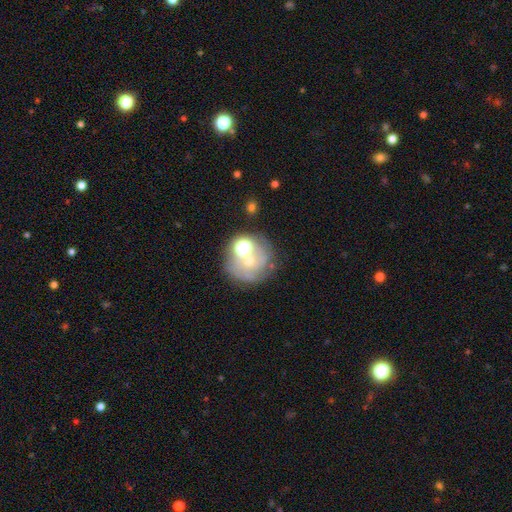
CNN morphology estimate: smooth_or_featured: smooth (p=0.35) [alt: featured or disk p=0.34]
merging: none (p=0.62) [alt: minor disturbance p=0.14]